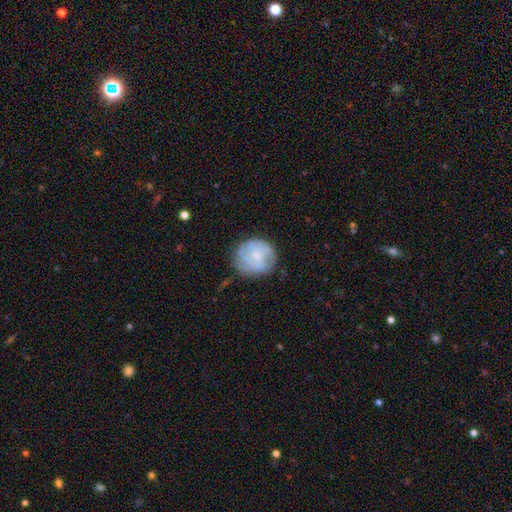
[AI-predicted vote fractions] smooth_or_featured: featured or disk (p=0.57) [alt: smooth p=0.35]
disk_edge_on: no (p=0.98) [alt: yes p=0.02]
bar: no (p=0.65) [alt: weak p=0.31]
has_spiral_arms: yes (p=0.73) [alt: no p=0.27]
bulge_size: small (p=0.51) [alt: moderate p=0.26]
merging: none (p=0.73) [alt: minor disturbance p=0.18]